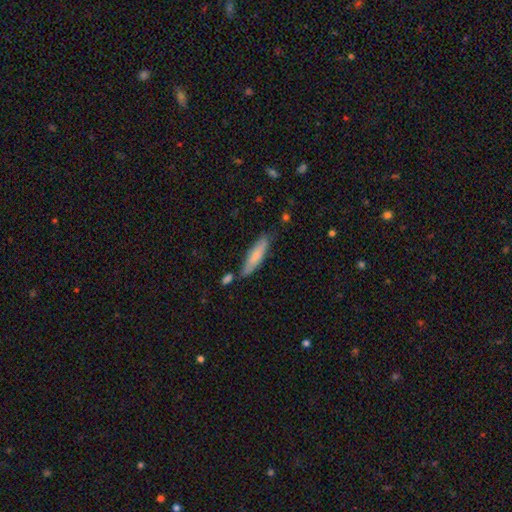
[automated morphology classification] This appears to be a smooth galaxy with no disk features (72%) that is cigar-shaped (78%). Merging: none (74%).